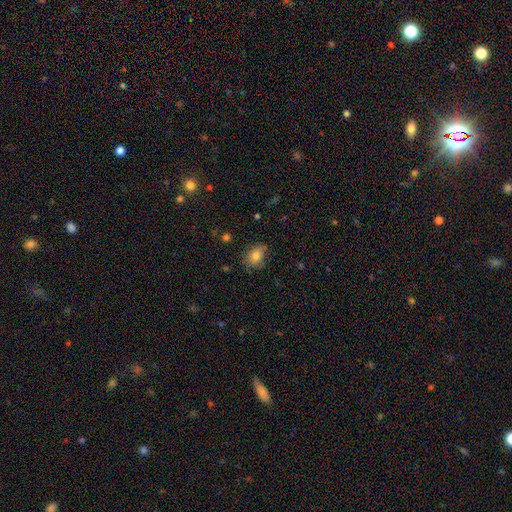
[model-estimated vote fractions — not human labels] Smooth or featured?
  - smooth: 80% *
  - featured or disk: 10%
  - star or artifact: 10%
How rounded?
  - in between: 71% *
  - round: 28%
  - cigar-shaped: 2%
Merging?
  - none: 70% *
  - minor disturbance: 23%
  - major disturbance: 5%
  - merger: 2%